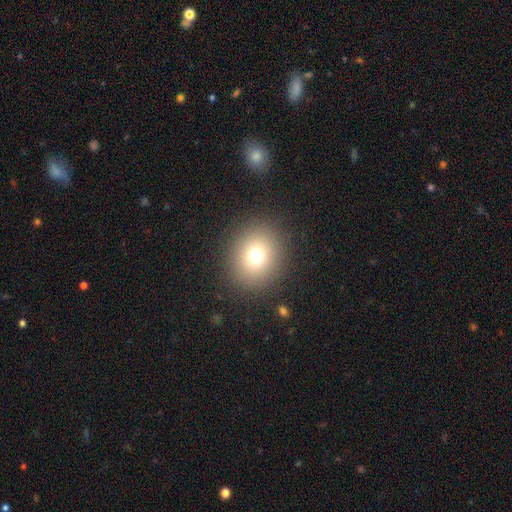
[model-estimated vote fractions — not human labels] A smooth galaxy with no disk features (72%) that is round (74%). Merging: none (88%).